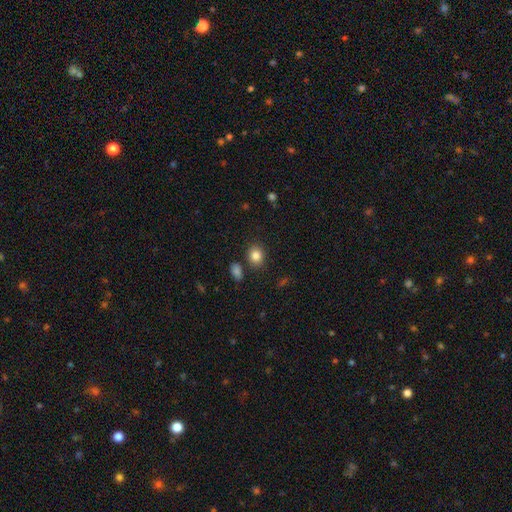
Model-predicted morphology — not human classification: smooth 84%, star or artifact 10%, featured or disk 6%. Down the decision tree: how rounded — round (65%); merging — none (83%).